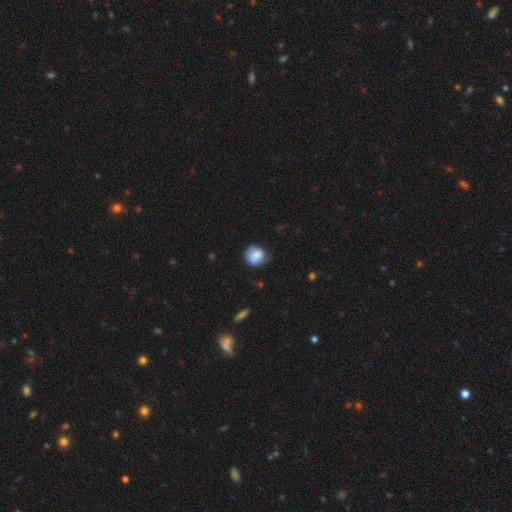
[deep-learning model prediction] Smooth or featured: smooth — 69% (featured or disk — 24%)
How rounded: round — 80% (in between — 19%)
Merging: none — 59% (minor disturbance — 29%)